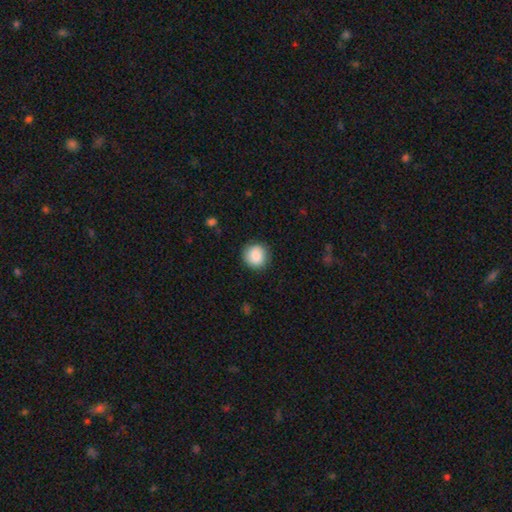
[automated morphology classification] type=smooth (86%); roundness=round (90%); merging=none (87%).